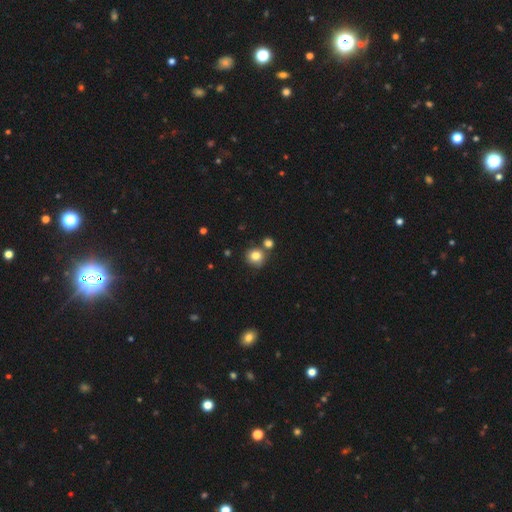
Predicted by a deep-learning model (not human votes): Smooth or featured: smooth — 82% (star or artifact — 11%)
How rounded: round — 88% (in between — 11%)
Merging: none — 72% (merger — 15%)